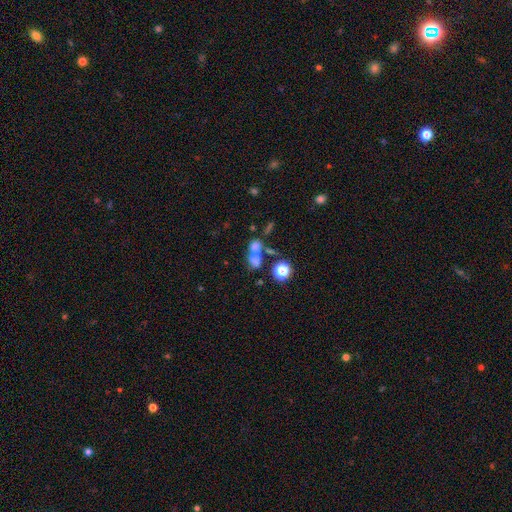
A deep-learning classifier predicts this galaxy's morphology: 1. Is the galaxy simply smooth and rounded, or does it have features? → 59% smooth, 21% featured or disk, 20% star or artifact.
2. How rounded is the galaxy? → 57% in between, 33% round, 9% cigar-shaped.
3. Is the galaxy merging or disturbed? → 59% merger, 25% none, 9% major disturbance, 8% minor disturbance.